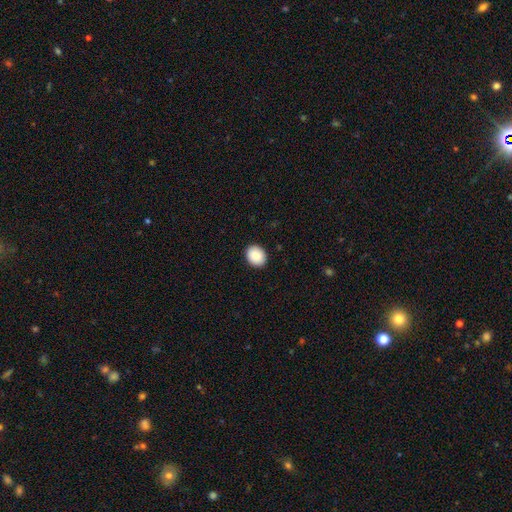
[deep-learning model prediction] smooth 89%, star or artifact 7%, featured or disk 4%. Down the decision tree: how rounded — round (57%); merging — none (91%).